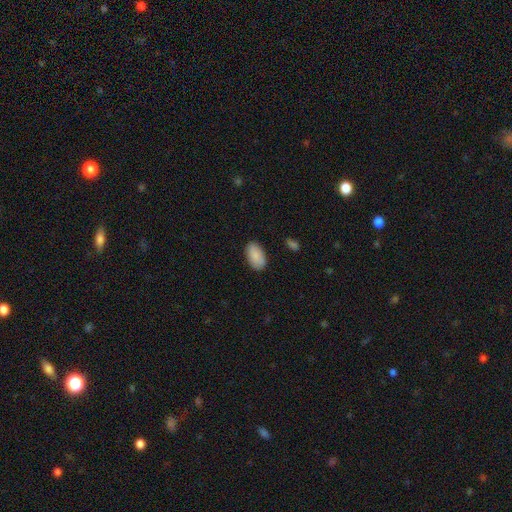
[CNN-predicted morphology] smooth 89%, star or artifact 6%, featured or disk 5%. Down the decision tree: how rounded — in between (94%); merging — none (86%).